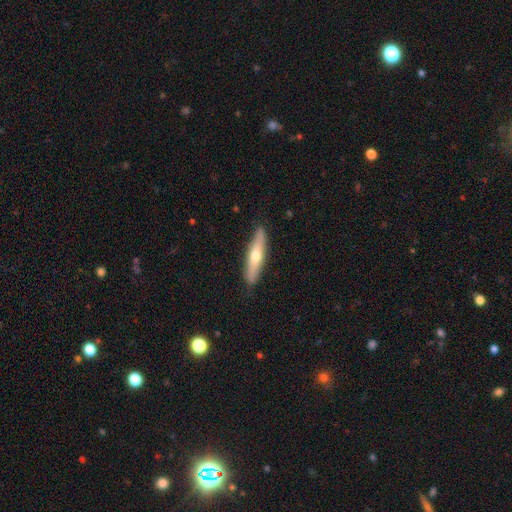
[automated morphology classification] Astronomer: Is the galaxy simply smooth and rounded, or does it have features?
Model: smooth — 48% (runner-up: featured or disk, 47%).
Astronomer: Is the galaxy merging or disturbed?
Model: none — 86%.